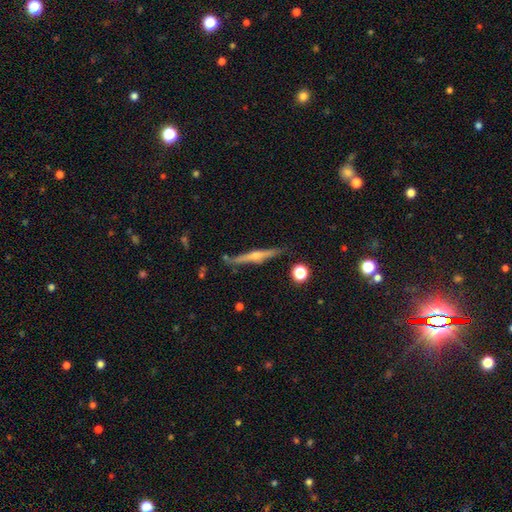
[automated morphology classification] Smooth or featured?
  - featured or disk: 74% *
  - smooth: 19%
  - star or artifact: 7%
Edge-on disk?
  - yes: 98% *
  - no: 2%
Edge-on bulge?
  - rounded: 87% *
  - none: 8%
  - boxy: 5%
Merging?
  - none: 87% *
  - minor disturbance: 9%
  - merger: 2%
  - major disturbance: 2%